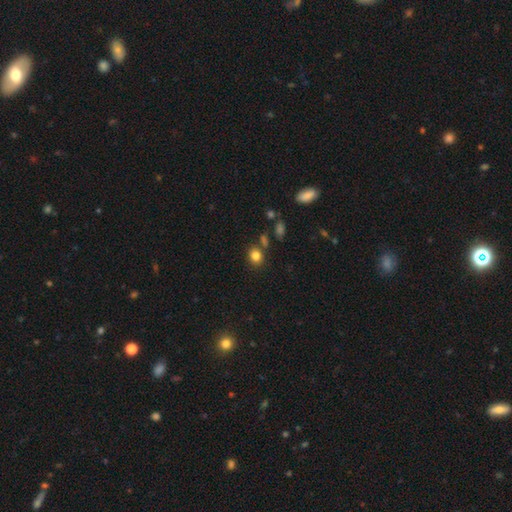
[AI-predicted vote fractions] smooth-or-featured: smooth: 82% | star or artifact: 12% | featured or disk: 6%
  how-rounded: round: 73% | in between: 26% | cigar-shaped: 1%
  merging: none: 79% | minor disturbance: 11% | merger: 7% | major disturbance: 3%